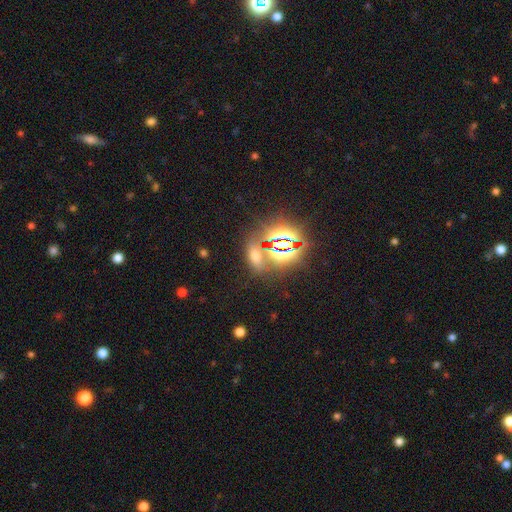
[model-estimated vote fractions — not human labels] Smooth or featured: star or artifact — 52% (smooth — 38%)